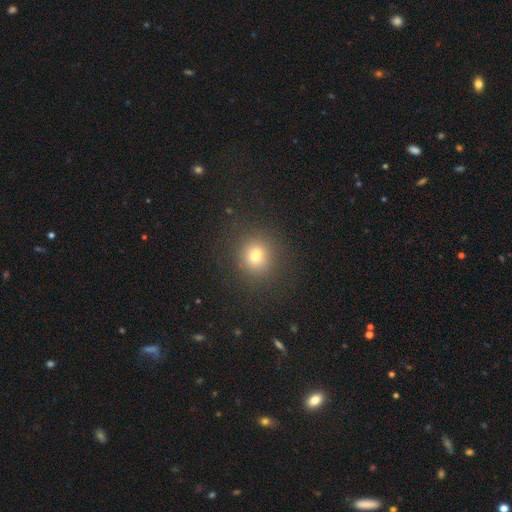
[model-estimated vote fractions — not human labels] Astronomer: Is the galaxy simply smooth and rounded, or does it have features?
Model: smooth — 74%.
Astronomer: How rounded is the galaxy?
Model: round — 86%.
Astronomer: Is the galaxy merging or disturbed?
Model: none — 87%.